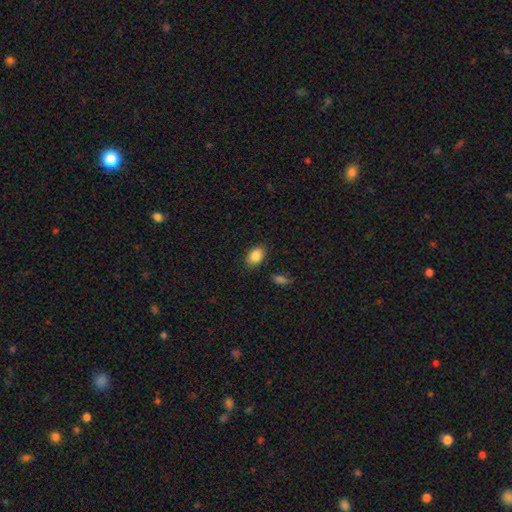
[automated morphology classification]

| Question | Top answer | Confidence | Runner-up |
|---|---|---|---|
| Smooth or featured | smooth | 86% | star or artifact (8%) |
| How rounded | in between | 81% | round (17%) |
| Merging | none | 83% | minor disturbance (12%) |